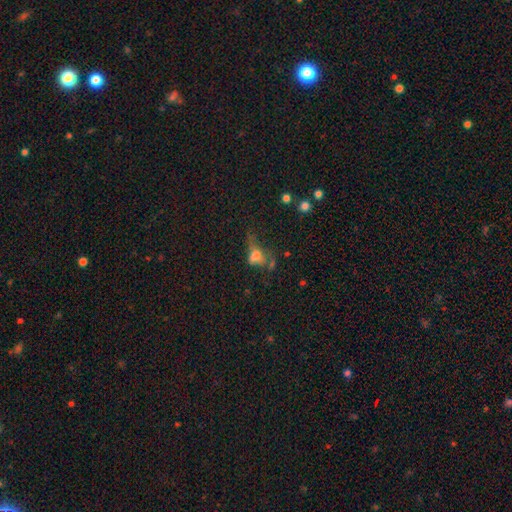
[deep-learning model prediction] A smooth galaxy with no disk features (58%) that is in between round and cigar-shaped (70%).

Vote fractions:
- Smooth or featured? smooth: 58% / featured or disk: 25% / star or artifact: 17%
- How rounded? in between: 70% / round: 24% / cigar-shaped: 6%
- Merging? major disturbance: 43% / none: 23% / minor disturbance: 20% / merger: 13%